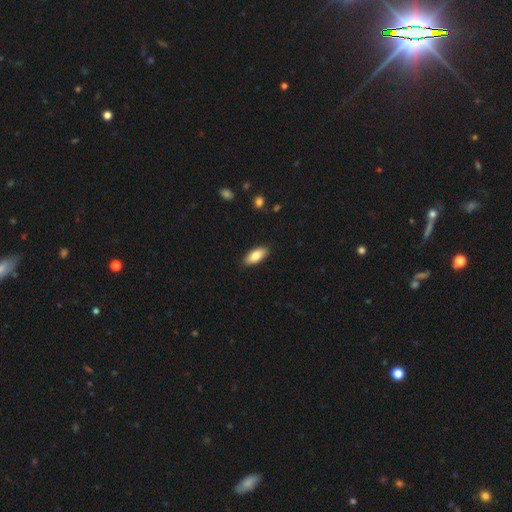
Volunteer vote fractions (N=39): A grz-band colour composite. It shows a smooth galaxy with no disk features (87%) that is in between round and cigar-shaped (91%). Merging: none (95%).